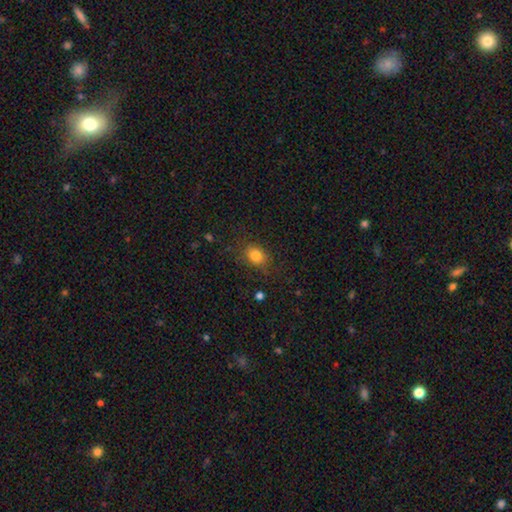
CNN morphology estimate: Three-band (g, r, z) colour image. It shows a smooth galaxy with no disk features (81%) that is in between round and cigar-shaped (51%). Merging: none (79%).